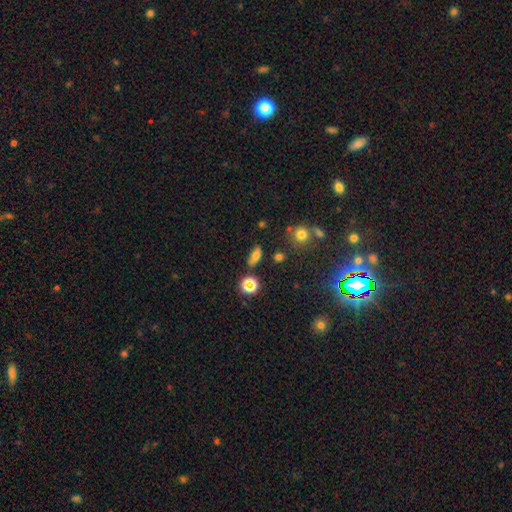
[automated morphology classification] A smooth galaxy with no disk features (71%) that is in between round and cigar-shaped (74%). Merging: none (79%).